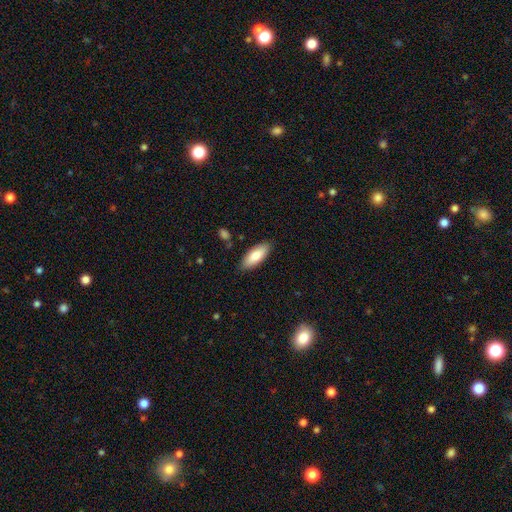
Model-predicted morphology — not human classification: Smooth or featured?
  - smooth: 82% *
  - featured or disk: 13%
  - star or artifact: 6%
How rounded?
  - in between: 78% *
  - cigar-shaped: 21%
  - round: 2%
Merging?
  - none: 87% *
  - minor disturbance: 10%
  - major disturbance: 2%
  - merger: 1%